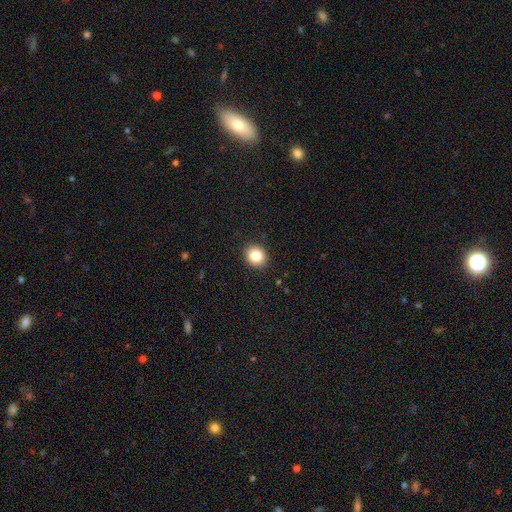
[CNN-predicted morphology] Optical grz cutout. It shows a smooth galaxy with no disk features (84%) that is round (73%). Merging: none (91%).